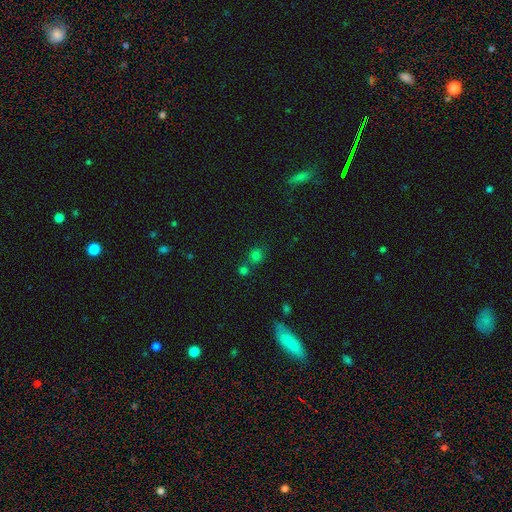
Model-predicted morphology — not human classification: smooth 71%, star or artifact 23%, featured or disk 6%. Down the decision tree: how rounded — round (82%); merging — none (64%).